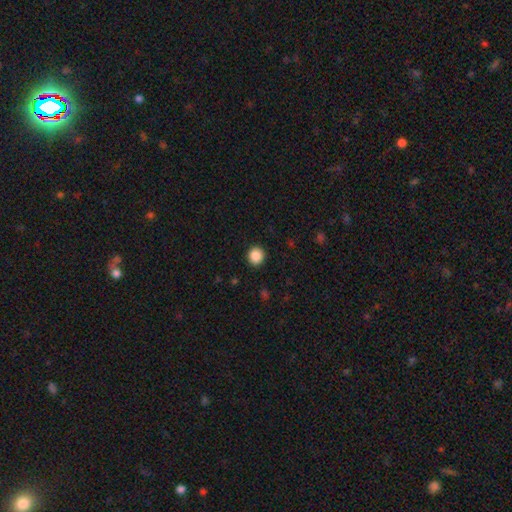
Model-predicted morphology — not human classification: This appears to be a smooth galaxy with no disk features (88%) that is round (89%). Merging: none (92%).